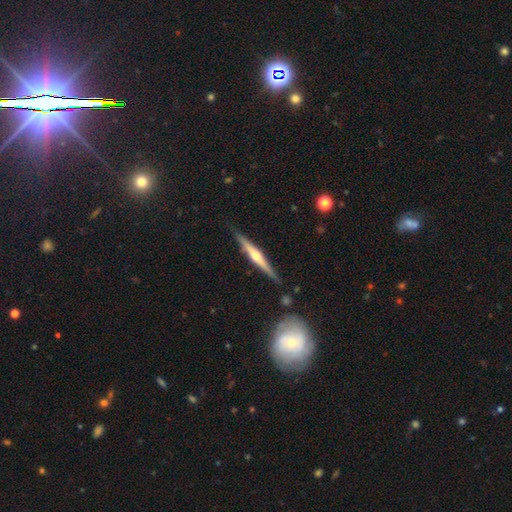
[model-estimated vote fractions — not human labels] Smooth or featured: featured or disk — 72% (smooth — 23%)
Edge-on disk: yes — 98% (no — 2%)
Edge-on bulge: rounded — 82% (none — 10%)
Merging: none — 86% (minor disturbance — 10%)